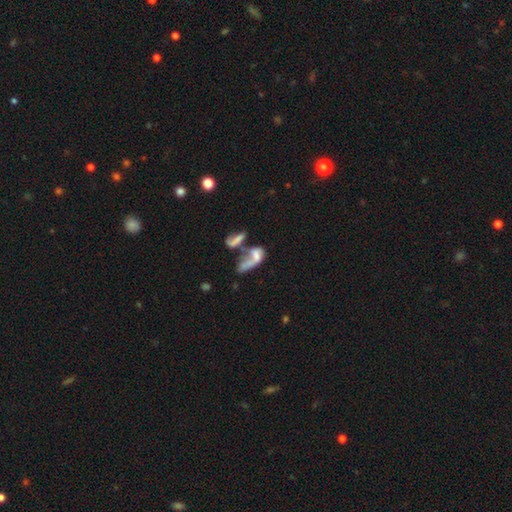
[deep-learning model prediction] smooth 49%, featured or disk 39%, star or artifact 12%. Down the decision tree: merging — merger (65%).